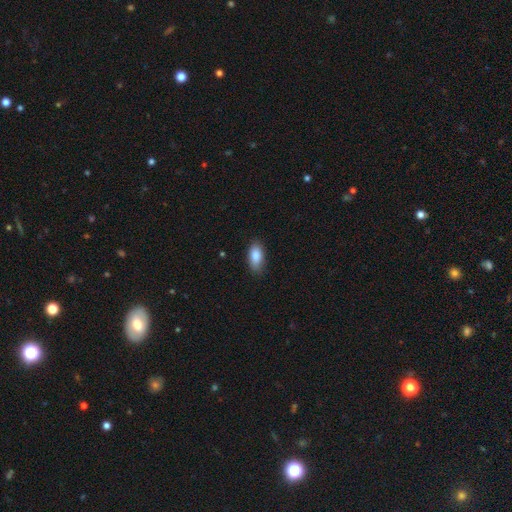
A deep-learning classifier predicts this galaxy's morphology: smooth_or_featured: smooth (p=0.87) [alt: featured or disk p=0.07]
how_rounded: in between (p=0.89) [alt: cigar-shaped p=0.09]
merging: none (p=0.84) [alt: minor disturbance p=0.13]